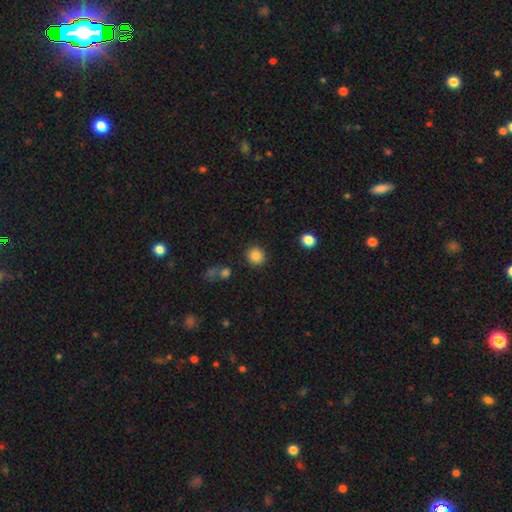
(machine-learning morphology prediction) A smooth galaxy with no disk features (85%) that is round (90%). Merging: none (89%).